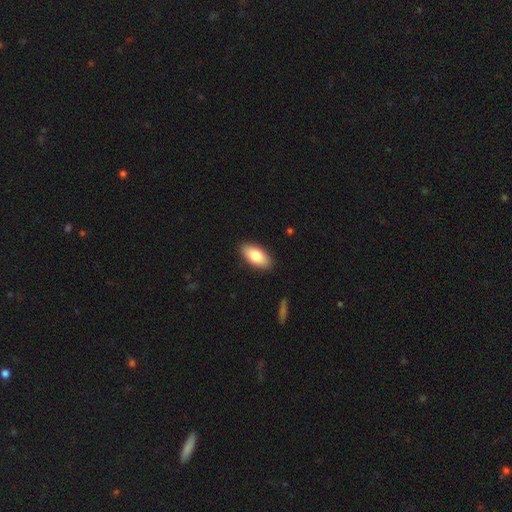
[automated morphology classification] Smooth or featured?
  - smooth: 81% *
  - featured or disk: 13%
  - star or artifact: 6%
How rounded?
  - in between: 92% *
  - cigar-shaped: 6%
  - round: 2%
Merging?
  - none: 89% *
  - minor disturbance: 8%
  - major disturbance: 2%
  - merger: 1%